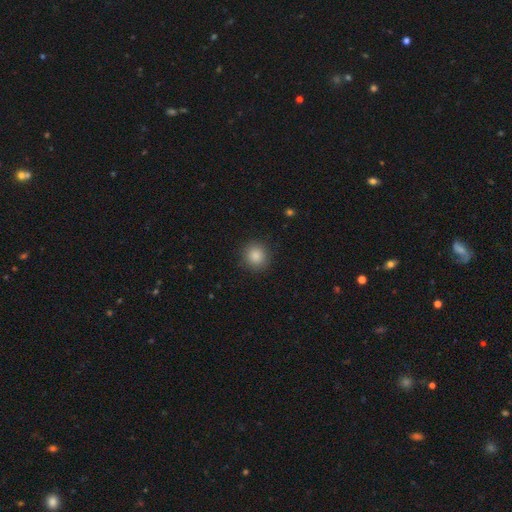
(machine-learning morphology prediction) Overall: smooth (86%). How rounded: round (90%). Merging: none (90%).